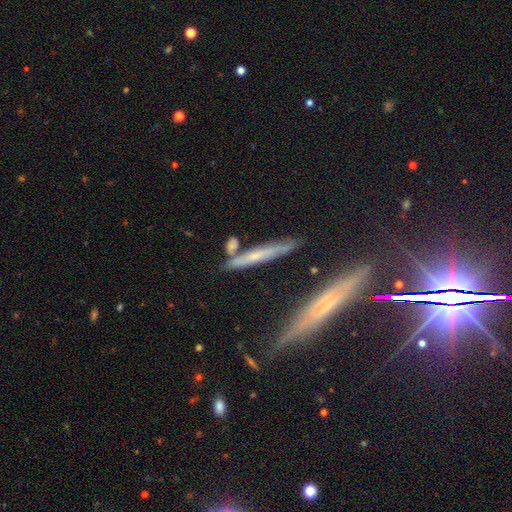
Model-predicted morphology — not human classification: Smooth or featured? featured or disk (47%)
Merging? none (73%)